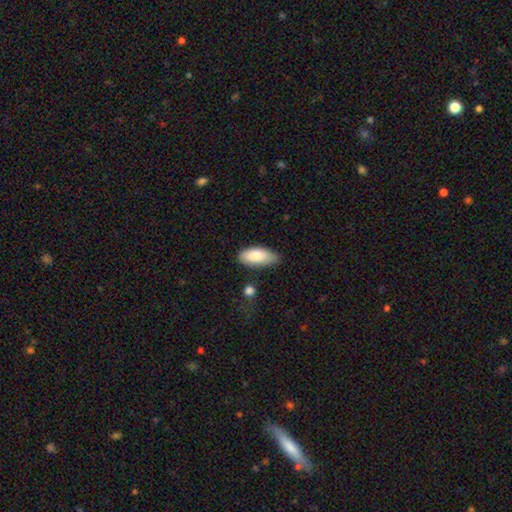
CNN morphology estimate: A smooth galaxy with no disk features (85%) that is in between round and cigar-shaped (87%). Merging: none (67%).